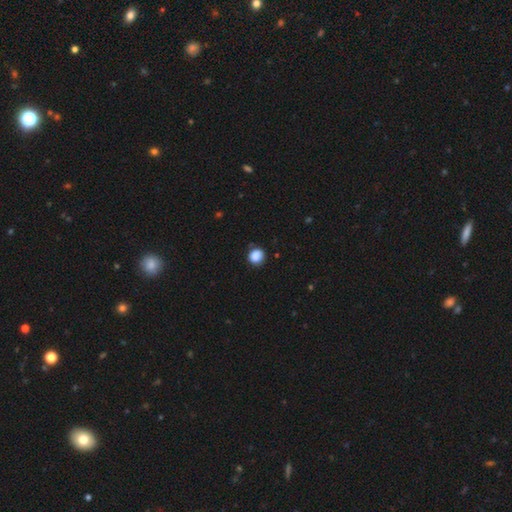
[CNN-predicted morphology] This appears to be a smooth galaxy with no disk features (87%) that is round (81%). Merging: none (79%).